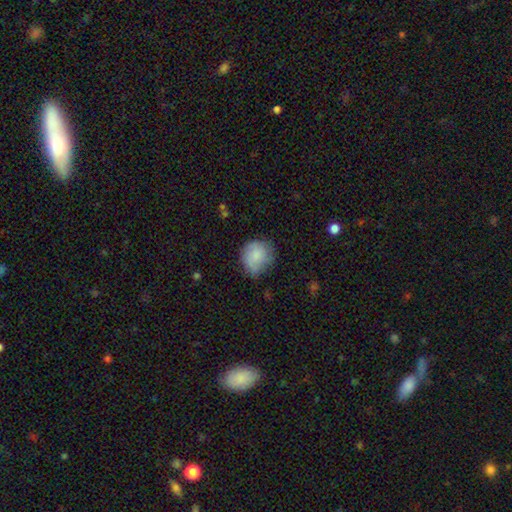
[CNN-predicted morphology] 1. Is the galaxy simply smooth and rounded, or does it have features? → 79% smooth, 14% featured or disk, 7% star or artifact.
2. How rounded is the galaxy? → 79% round, 20% in between, 1% cigar-shaped.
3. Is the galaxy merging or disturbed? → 58% none, 31% minor disturbance, 9% major disturbance, 2% merger.